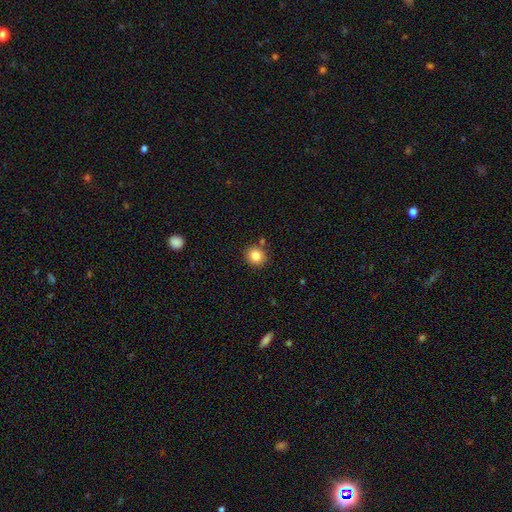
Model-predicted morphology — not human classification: Smooth or featured: smooth — 83% (star or artifact — 11%)
How rounded: round — 90% (in between — 9%)
Merging: none — 83% (minor disturbance — 9%)